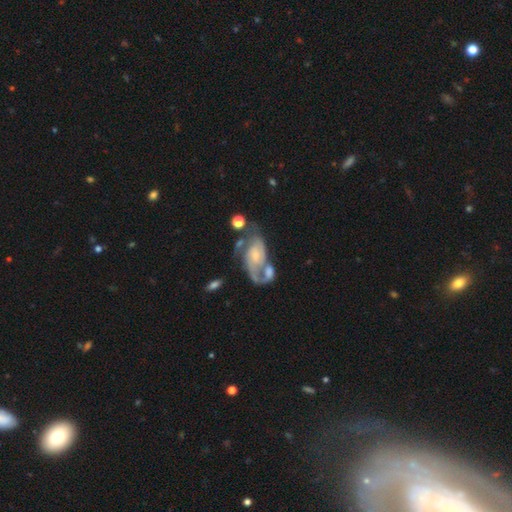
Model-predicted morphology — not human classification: A featured or disk galaxy (82%) with no bar (62%), 2 (70%) medium (46%) spiral arms (92%) and a small central bulge (57%). Merging: none (31%, tied with merger).